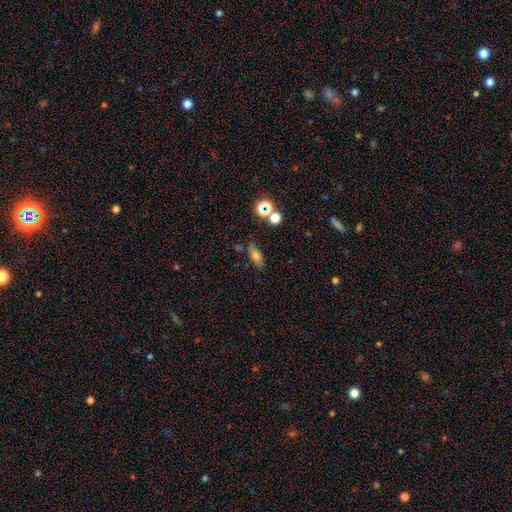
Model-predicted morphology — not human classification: Smooth or featured: smooth — 66% (featured or disk — 19%)
How rounded: in between — 68% (cigar-shaped — 23%)
Merging: none — 74% (minor disturbance — 15%)